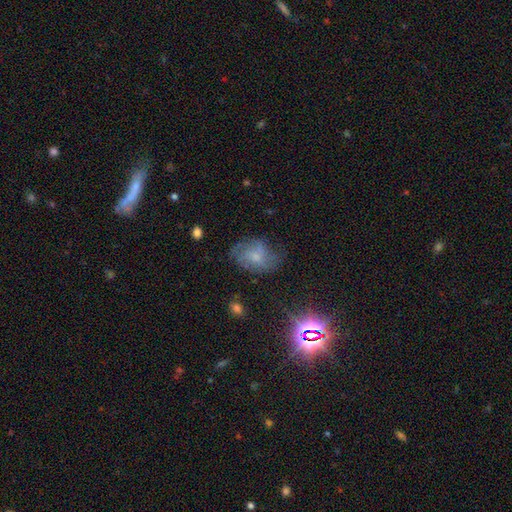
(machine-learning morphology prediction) A featured or disk galaxy (47%). Merging: none (57%).